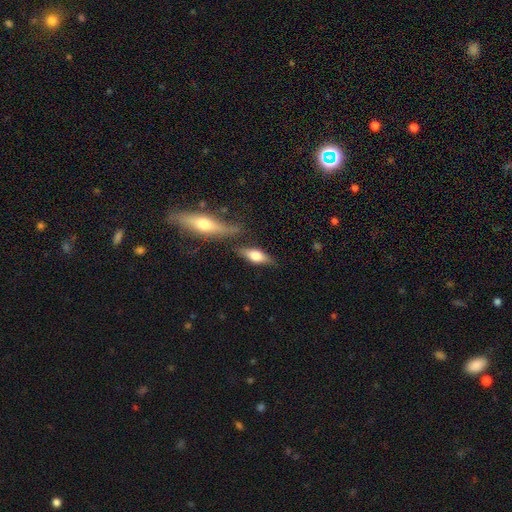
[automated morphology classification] This appears to be a smooth galaxy with no disk features (57%) that is in between round and cigar-shaped (67%). Merging: none (69%).